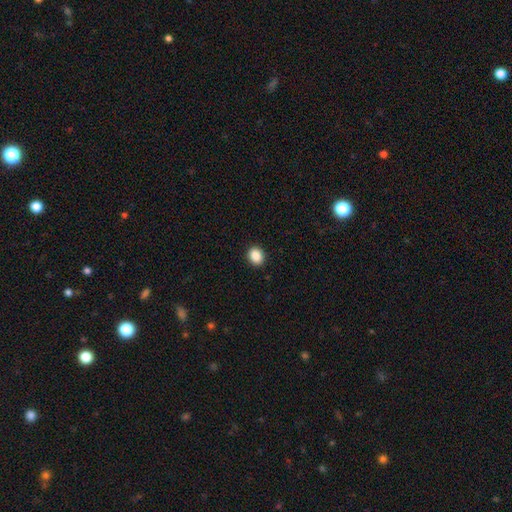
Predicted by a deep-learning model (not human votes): This is clearly a smooth galaxy (88%). How rounded: likely round (61%). Merging: clearly none (92%).